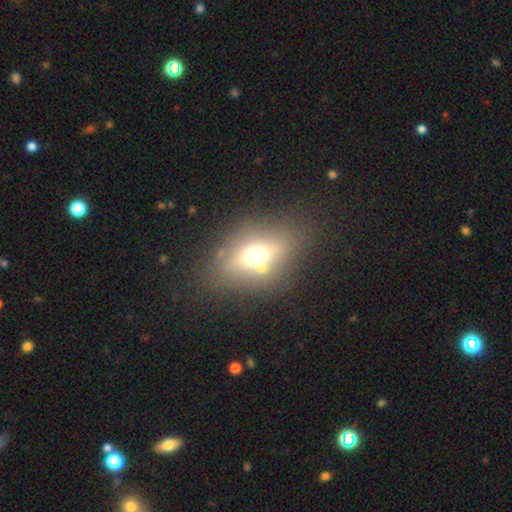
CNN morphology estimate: Smooth or featured? Predicted: smooth (p=0.56). How rounded? Predicted: in between (p=0.62). Merging? Predicted: none (p=0.70).